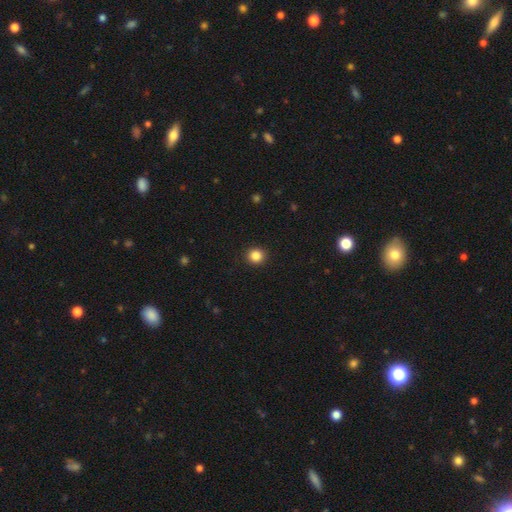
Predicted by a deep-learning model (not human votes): Overall: smooth (86%). How rounded: round (90%). Merging: none (92%).